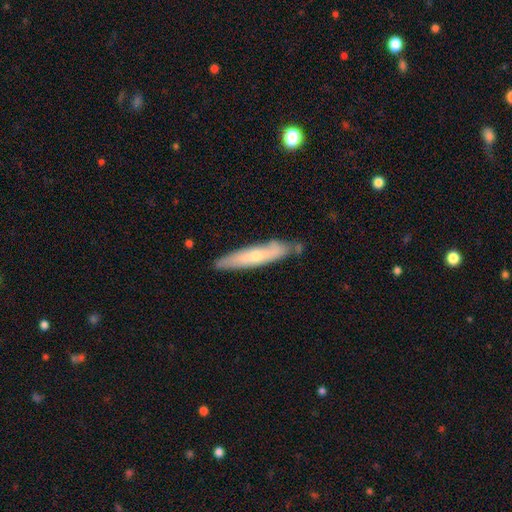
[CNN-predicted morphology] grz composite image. It shows a featured or disk galaxy (47%, tied with smooth). Merging: none (77%).